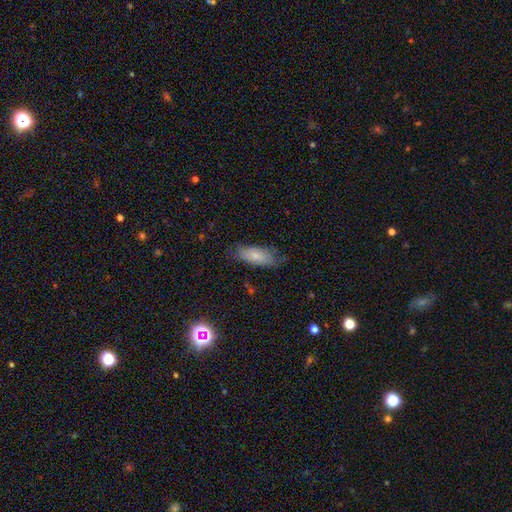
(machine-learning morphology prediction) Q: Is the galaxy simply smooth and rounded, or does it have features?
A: smooth — 73%.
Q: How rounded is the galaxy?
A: in between — 78%.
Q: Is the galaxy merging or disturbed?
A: none — 72%.